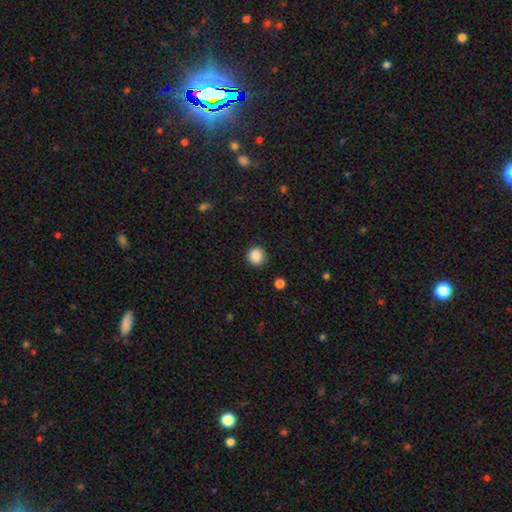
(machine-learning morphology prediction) Q: Smooth or featured?
A: smooth (88%); runner-up: star or artifact (9%)
Q: How rounded?
A: round (91%); runner-up: in between (8%)
Q: Merging?
A: none (89%); runner-up: minor disturbance (8%)